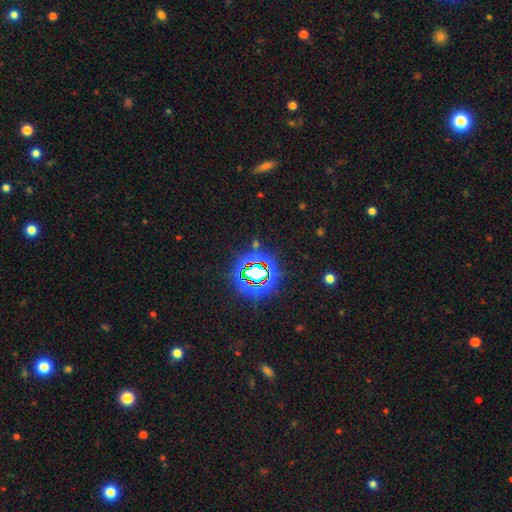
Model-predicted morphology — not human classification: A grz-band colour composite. It shows a star or artifact, not a galaxy (80%).